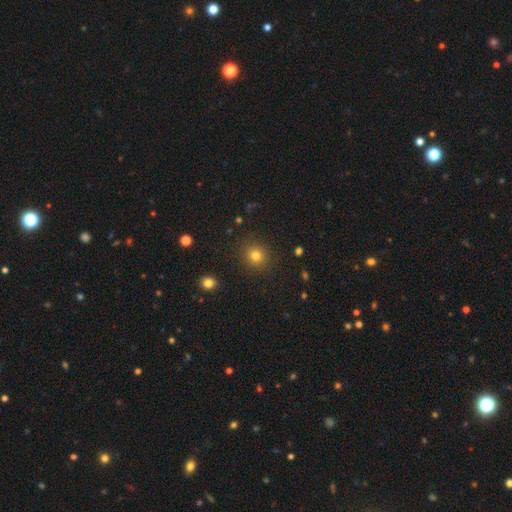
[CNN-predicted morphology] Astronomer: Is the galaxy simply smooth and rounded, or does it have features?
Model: smooth — 78%.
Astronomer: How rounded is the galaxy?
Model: round — 83%.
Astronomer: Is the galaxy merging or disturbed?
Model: none — 89%.